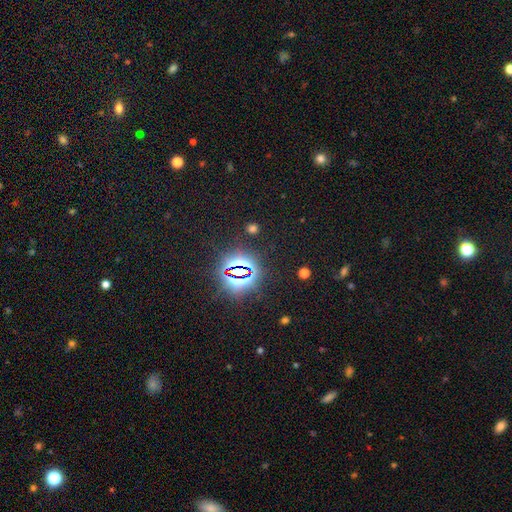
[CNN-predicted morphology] This is clearly a star or artifact rather than a galaxy (82%).